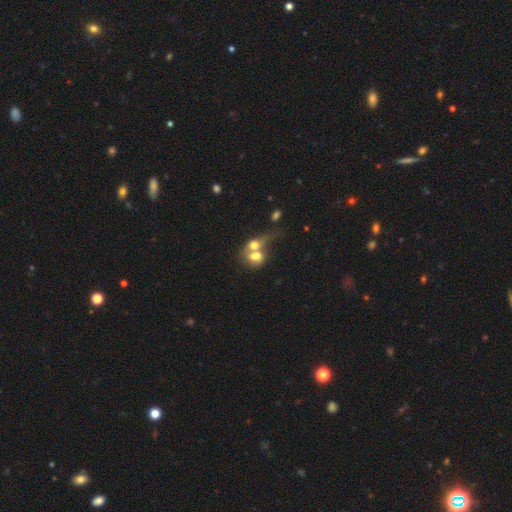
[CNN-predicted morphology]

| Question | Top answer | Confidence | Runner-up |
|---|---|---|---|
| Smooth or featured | smooth | 62% | featured or disk (27%) |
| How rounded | in between | 54% | round (43%) |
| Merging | merger | 71% | none (14%) |